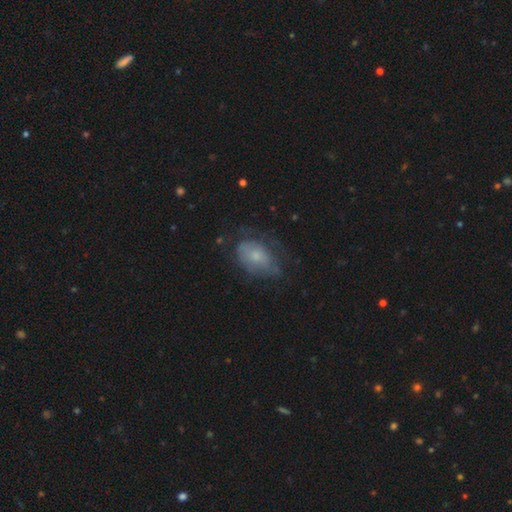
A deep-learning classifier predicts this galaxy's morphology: type=smooth (55%); roundness=in between (83%); merging=none (48%).